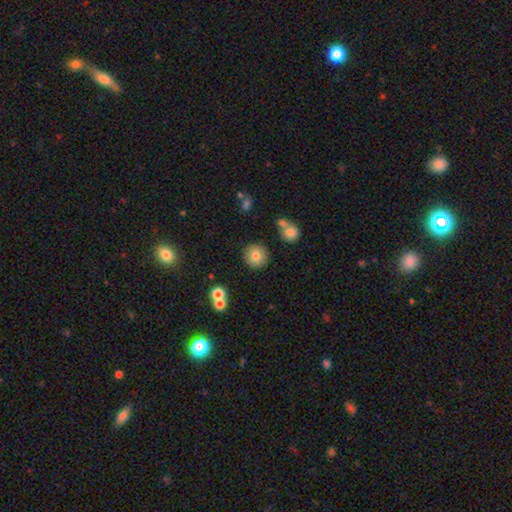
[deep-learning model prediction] Overall: smooth (79%). How rounded: round (94%). Merging: none (86%).